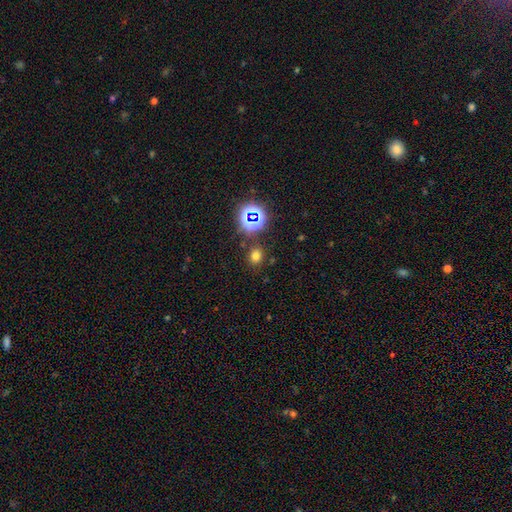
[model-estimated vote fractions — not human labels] Smooth or featured? smooth (66%)
How rounded? round (63%)
Merging? none (81%)